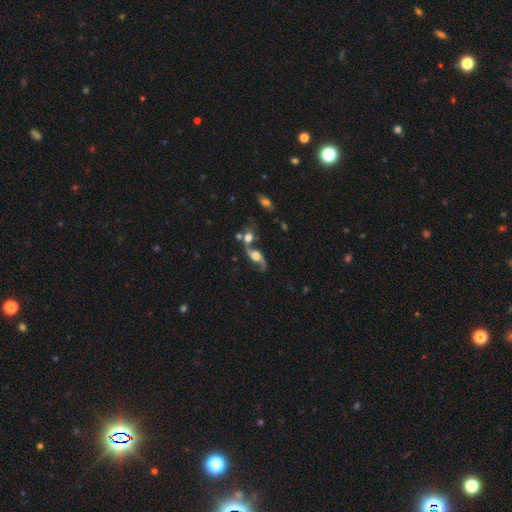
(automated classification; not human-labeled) Morphology: type=featured or disk (79%); edge-on=no (90%); bar=no (64%); spiral arms=yes (93%); winding=loose (81%); arm count=2 (90%); bulge=large (44%); merging=none (41%).